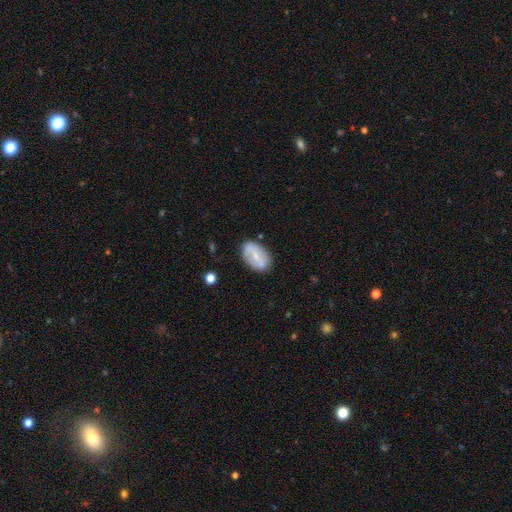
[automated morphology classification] Smooth or featured? Predicted: featured or disk (p=0.48). Merging? Predicted: none (p=0.75).